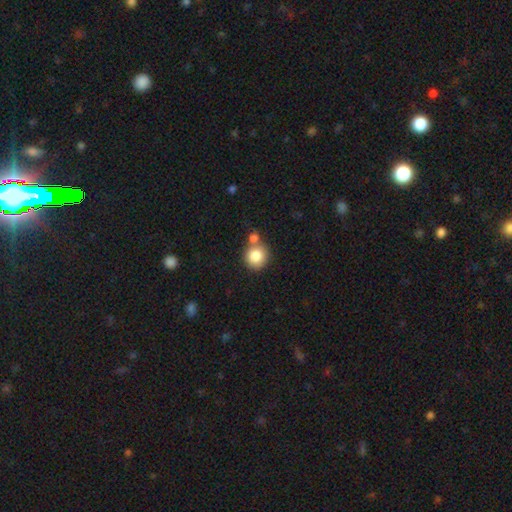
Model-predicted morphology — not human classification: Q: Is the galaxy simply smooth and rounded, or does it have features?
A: smooth — 84%.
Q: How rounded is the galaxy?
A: round — 90%.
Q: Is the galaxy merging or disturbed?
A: none — 56%.